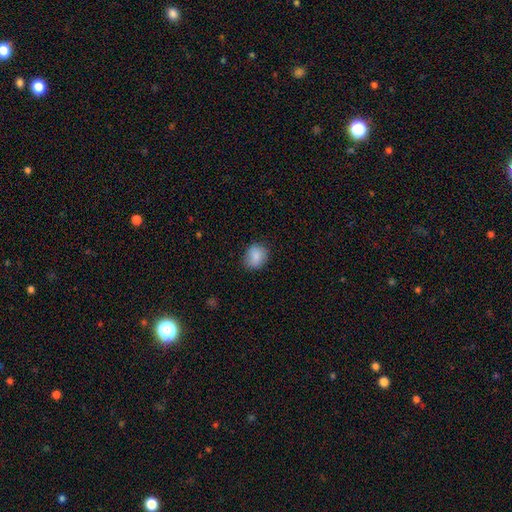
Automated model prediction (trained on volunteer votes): The model was most divided on "how rounded": round: 59%, in between: 40%, cigar-shaped: 1%. More confident: smooth or featured — smooth (85%); merging — none (79%).